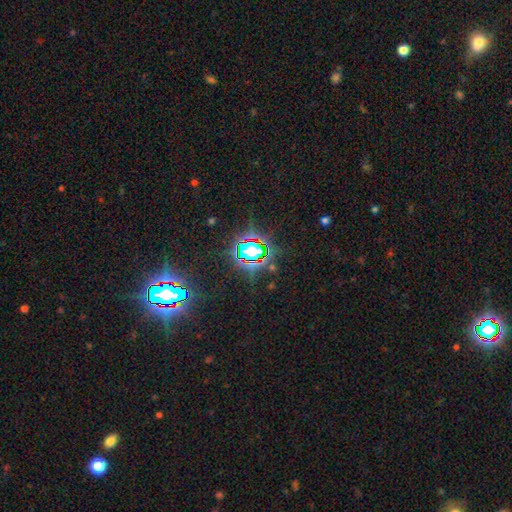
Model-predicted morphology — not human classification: Smooth or featured? star or artifact (76%)